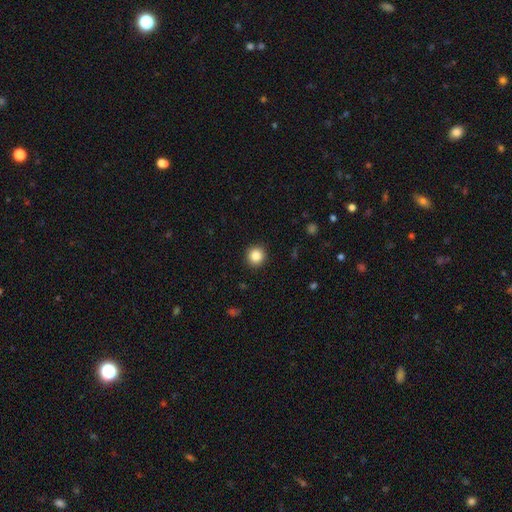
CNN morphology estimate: smooth_or_featured: smooth (p=0.85) [alt: star or artifact p=0.10]
how_rounded: round (p=0.94) [alt: in between p=0.05]
merging: none (p=0.92) [alt: minor disturbance p=0.05]